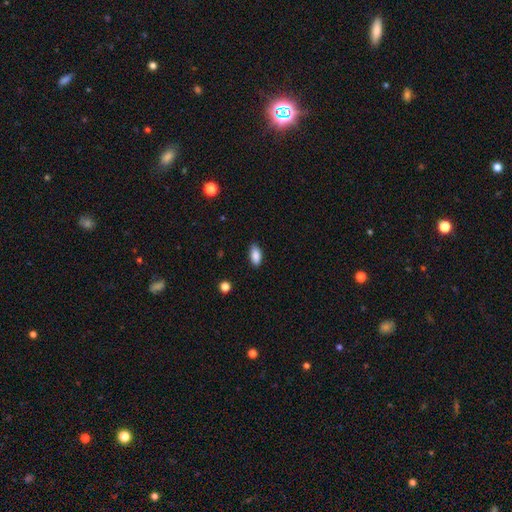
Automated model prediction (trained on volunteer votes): Overall: smooth (88%). How rounded: in between (90%). Merging: none (83%).